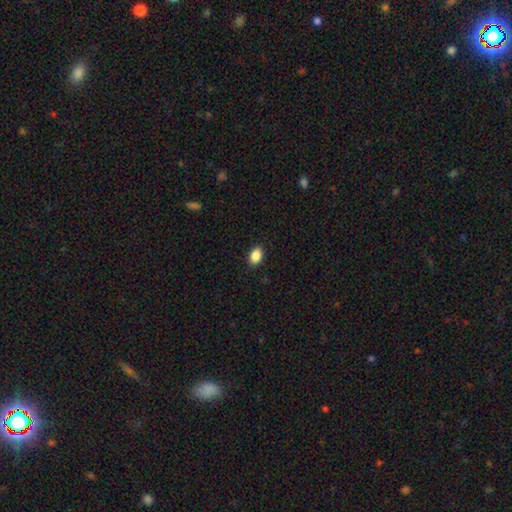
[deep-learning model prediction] smooth 89%, star or artifact 8%, featured or disk 3%. Down the decision tree: how rounded — in between (84%); merging — none (90%).